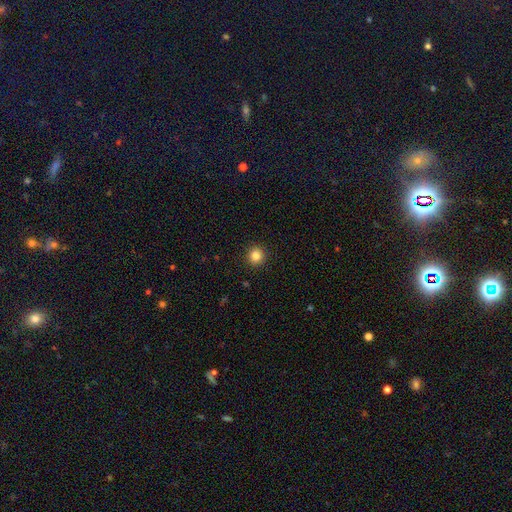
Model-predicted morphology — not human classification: Smooth or featured? smooth (84%)
How rounded? round (94%)
Merging? none (93%)